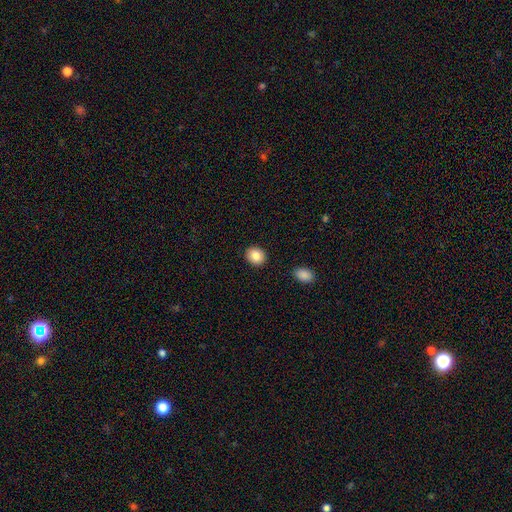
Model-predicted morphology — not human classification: This is clearly a smooth galaxy (85%). How rounded: likely round (62%). Merging: clearly none (89%).